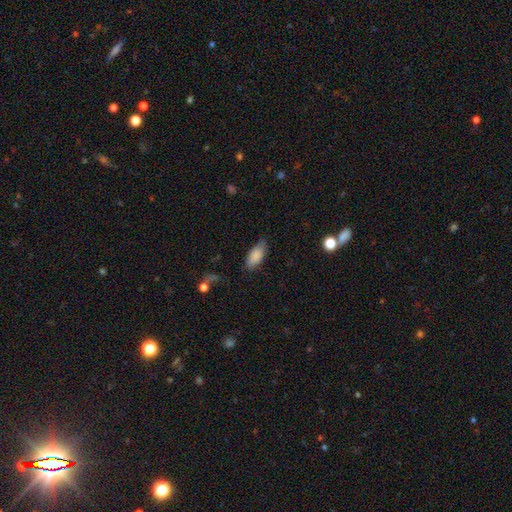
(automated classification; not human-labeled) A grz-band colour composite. It shows a smooth galaxy with no disk features (87%) that is in between round and cigar-shaped (88%). Merging: none (69%).